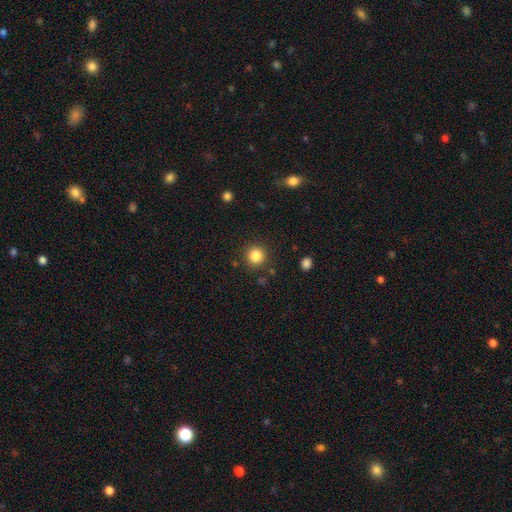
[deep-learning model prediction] Smooth or featured? Predicted: smooth (p=0.85). How rounded? Predicted: round (p=0.93). Merging? Predicted: none (p=0.89).